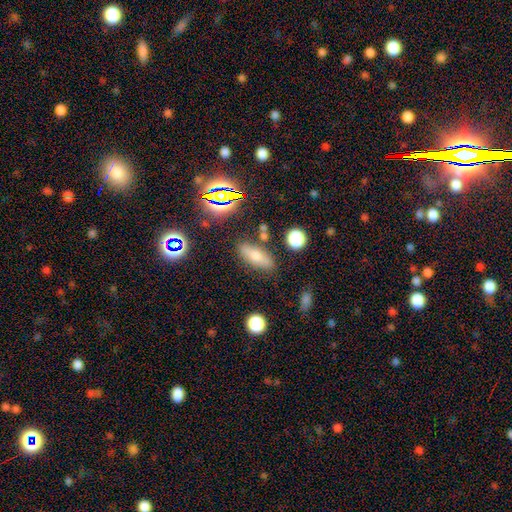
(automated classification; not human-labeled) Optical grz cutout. It shows a smooth galaxy with no disk features (66%) that is in between round and cigar-shaped (66%). Merging: none (77%).